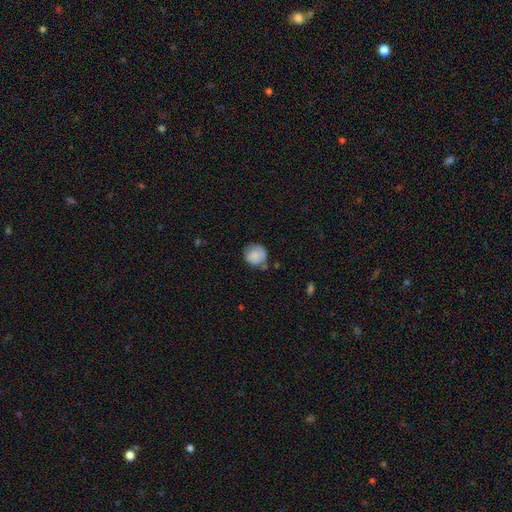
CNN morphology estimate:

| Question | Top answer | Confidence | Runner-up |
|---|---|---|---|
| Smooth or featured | smooth | 79% | featured or disk (13%) |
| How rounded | round | 87% | in between (13%) |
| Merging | none | 55% | minor disturbance (29%) |